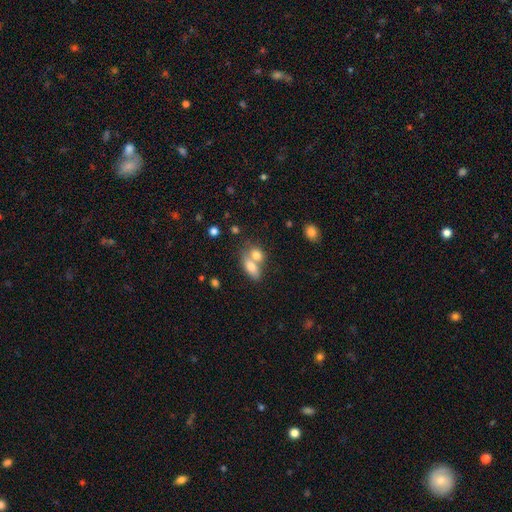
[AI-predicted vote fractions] Smooth or featured? Predicted: smooth (p=0.71). How rounded? Predicted: in between (p=0.72). Merging? Predicted: merger (p=0.61).